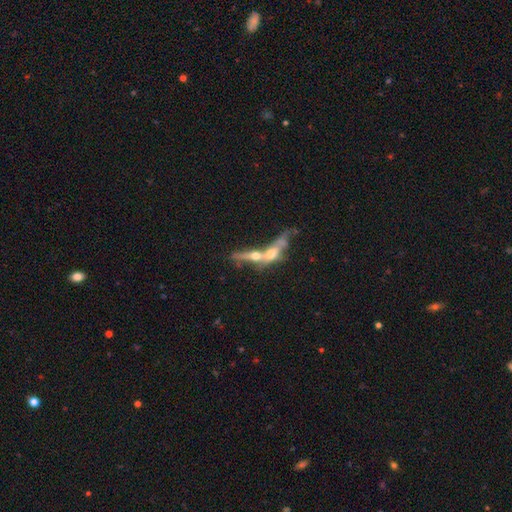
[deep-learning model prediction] Smooth or featured?
  - featured or disk: 57% *
  - smooth: 33%
  - star or artifact: 10%
Edge-on disk?
  - yes: 51% *
  - no: 49%
Merging?
  - merger: 68% *
  - none: 16%
  - major disturbance: 9%
  - minor disturbance: 7%